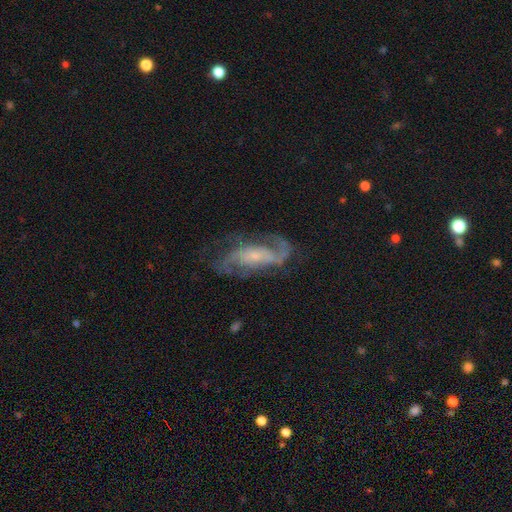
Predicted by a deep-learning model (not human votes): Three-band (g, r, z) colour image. It shows a featured or disk galaxy (85%) with no bar (48%), 2 (74%) medium (50%) spiral arms (95%) and a small central bulge (65%). Merging: none (65%).